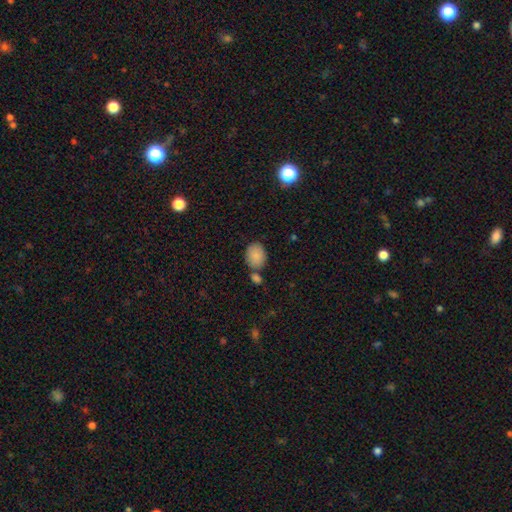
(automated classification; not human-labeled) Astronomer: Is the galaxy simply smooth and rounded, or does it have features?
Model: smooth — 87%.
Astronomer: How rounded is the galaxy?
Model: in between — 66%.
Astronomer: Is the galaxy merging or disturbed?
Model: none — 64%.